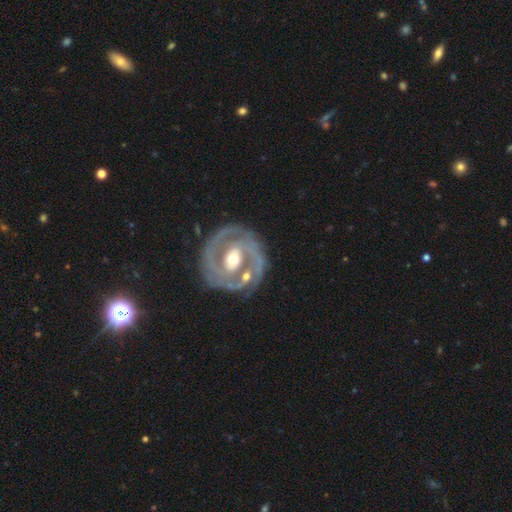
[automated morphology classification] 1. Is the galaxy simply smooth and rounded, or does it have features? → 86% featured or disk, 9% smooth, 5% star or artifact.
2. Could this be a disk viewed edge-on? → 96% no, 4% yes.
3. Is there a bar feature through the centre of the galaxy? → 39% weak, 36% strong, 25% no.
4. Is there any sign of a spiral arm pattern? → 87% yes, 13% no.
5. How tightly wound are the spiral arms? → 64% tight, 29% medium, 7% loose.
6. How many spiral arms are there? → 68% 2, 12% can't tell, 10% 3, 5% 1, 3% 4, 2% more than 4.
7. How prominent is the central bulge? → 69% moderate, 23% small, 5% large, 1% dominant, 1% none.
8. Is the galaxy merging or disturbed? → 73% none, 15% minor disturbance, 6% merger, 6% major disturbance.